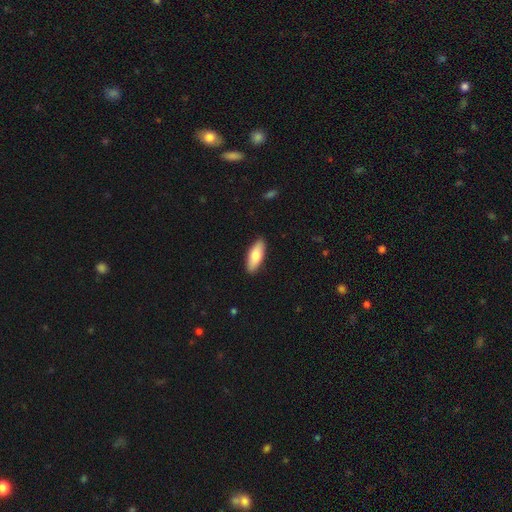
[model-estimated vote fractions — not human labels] A smooth galaxy with no disk features (79%) that is in between round and cigar-shaped (75%). Merging: none (90%).